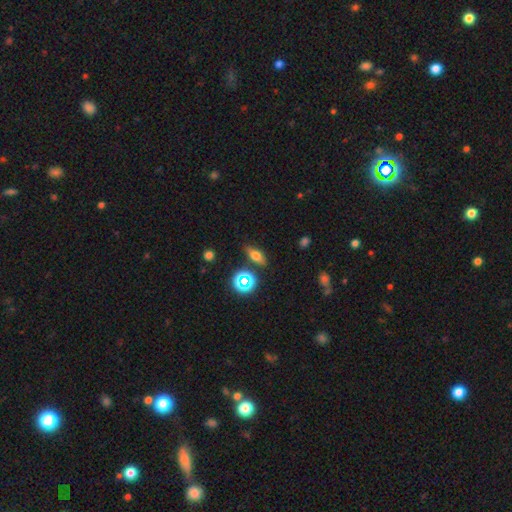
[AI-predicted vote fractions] A smooth galaxy with no disk features (58%) that is in between round and cigar-shaped (64%).

Vote fractions:
- Smooth or featured? smooth: 58% / featured or disk: 24% / star or artifact: 18%
- How rounded? in between: 64% / cigar-shaped: 22% / round: 14%
- Merging? none: 81% / minor disturbance: 12% / merger: 4% / major disturbance: 3%